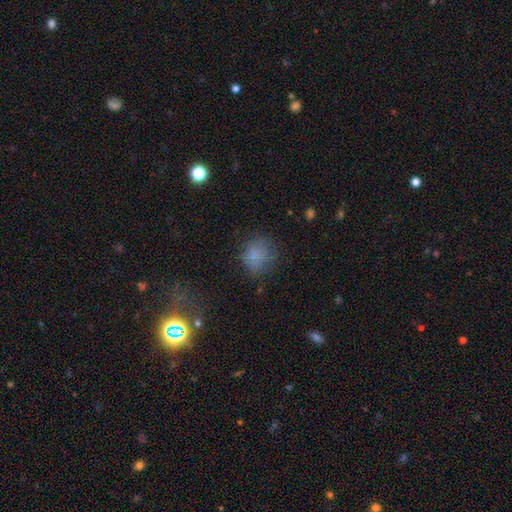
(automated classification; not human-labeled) This is likely a smooth galaxy (77%). How rounded: likely round (78%). Merging: likely none (66%).